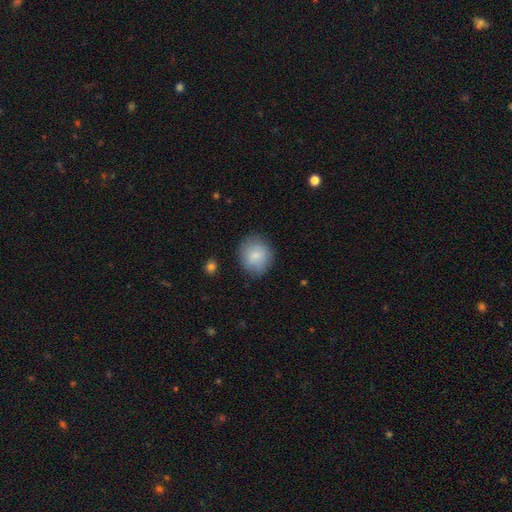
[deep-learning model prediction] This appears to be a smooth galaxy with no disk features (83%) that is round (79%). Merging: none (82%).